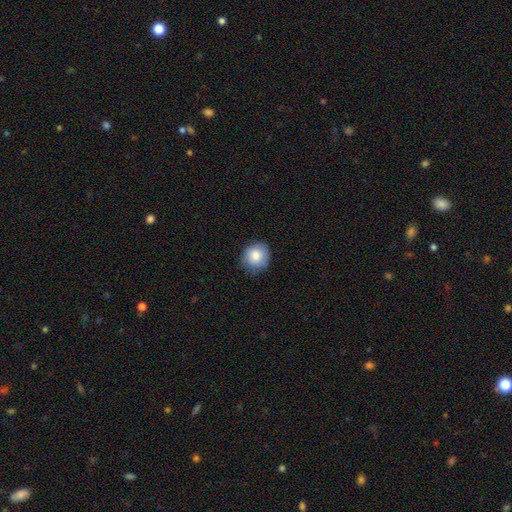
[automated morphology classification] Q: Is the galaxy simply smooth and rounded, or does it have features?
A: smooth — 84%.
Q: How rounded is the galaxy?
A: round — 83%.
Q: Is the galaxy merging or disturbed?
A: none — 83%.